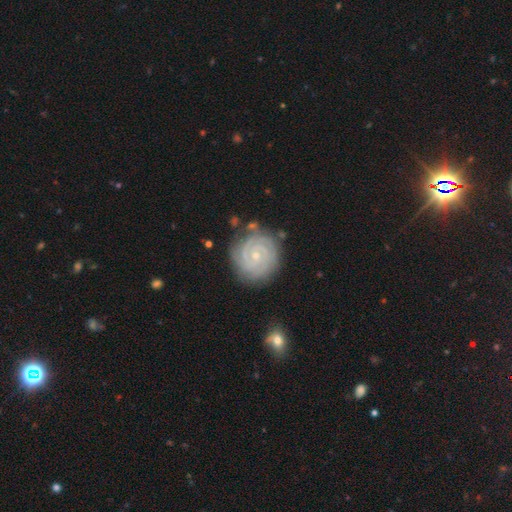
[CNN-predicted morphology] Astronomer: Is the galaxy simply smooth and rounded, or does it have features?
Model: featured or disk — 89%.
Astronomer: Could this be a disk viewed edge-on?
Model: no — 98%.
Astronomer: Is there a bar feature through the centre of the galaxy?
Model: no — 64%.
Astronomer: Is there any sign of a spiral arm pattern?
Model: yes — 98%.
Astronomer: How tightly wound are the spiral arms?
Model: tight — 85%.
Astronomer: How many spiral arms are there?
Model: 2 — 52%.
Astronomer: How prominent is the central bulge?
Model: small — 78%.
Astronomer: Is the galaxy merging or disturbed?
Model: none — 80%.